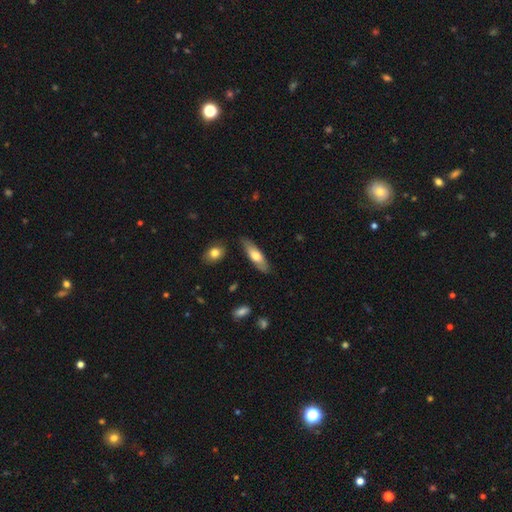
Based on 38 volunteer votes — smooth 79%, featured or disk 21%, star or artifact 0%. Down the decision tree: how rounded — in between (57%); merging — none (76%).